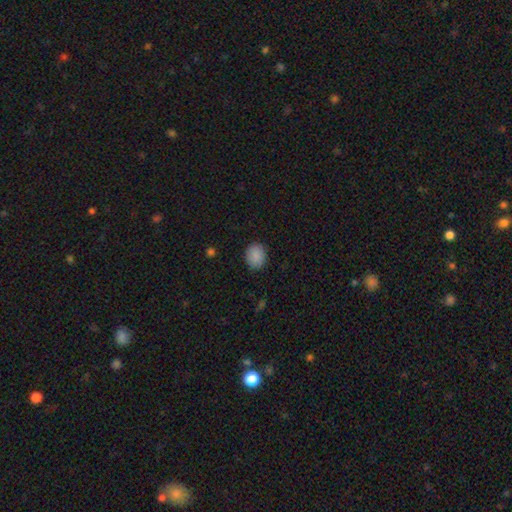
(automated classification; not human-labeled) A smooth galaxy with no disk features (88%) that is round (52%). Merging: none (88%).